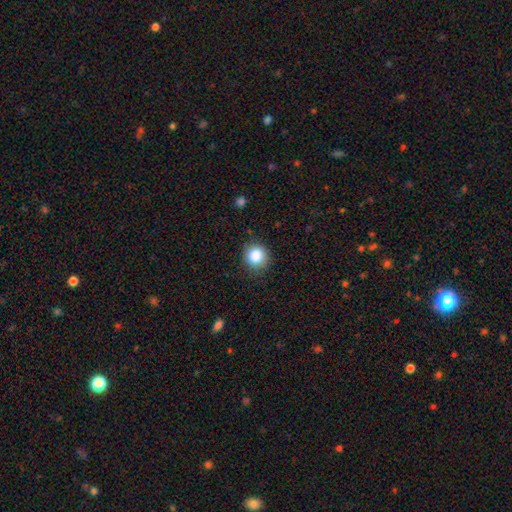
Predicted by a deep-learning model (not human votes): Smooth or featured?
  - smooth: 87% *
  - star or artifact: 9%
  - featured or disk: 4%
How rounded?
  - round: 88% *
  - in between: 11%
  - cigar-shaped: 1%
Merging?
  - none: 85% *
  - minor disturbance: 11%
  - major disturbance: 3%
  - merger: 1%